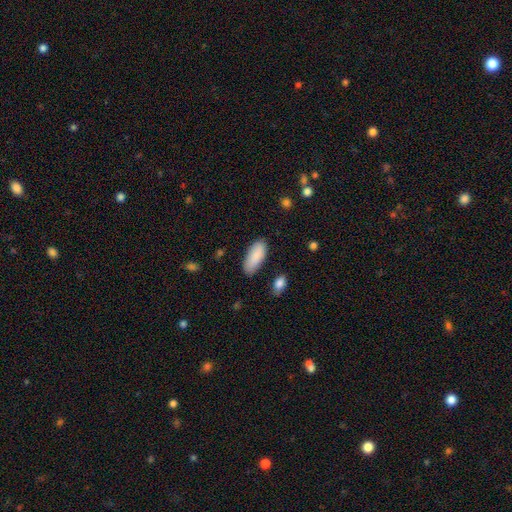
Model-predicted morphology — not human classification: Smooth or featured?
  - smooth: 89% *
  - star or artifact: 6%
  - featured or disk: 5%
How rounded?
  - in between: 83% *
  - cigar-shaped: 15%
  - round: 2%
Merging?
  - none: 84% *
  - minor disturbance: 12%
  - major disturbance: 3%
  - merger: 2%